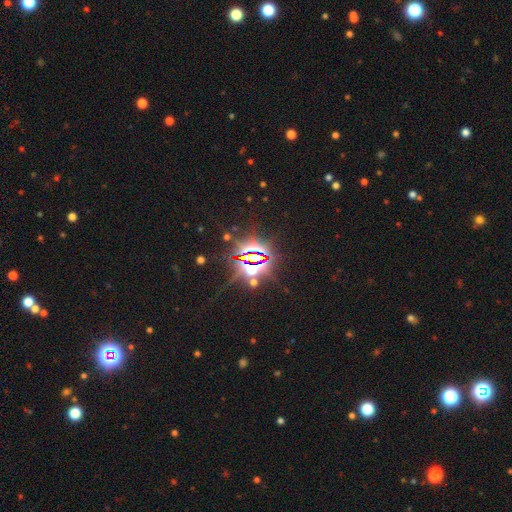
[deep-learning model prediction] A star or artifact, not a galaxy (84%).

Vote fractions:
- Smooth or featured? star or artifact: 84% / featured or disk: 9% / smooth: 7%